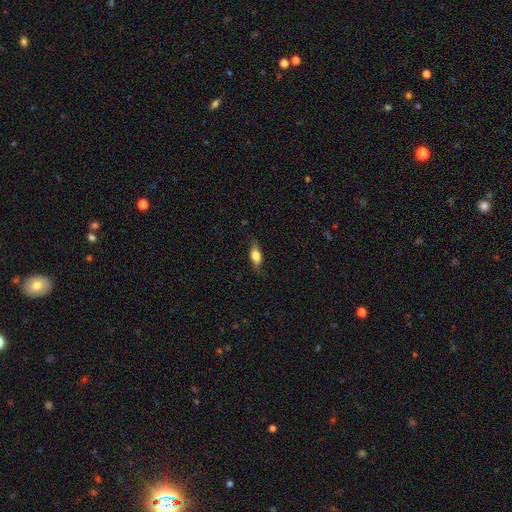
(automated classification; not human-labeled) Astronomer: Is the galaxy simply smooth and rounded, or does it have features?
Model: smooth — 66%.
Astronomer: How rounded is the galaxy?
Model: in between — 70%.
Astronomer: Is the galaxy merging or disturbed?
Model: none — 76%.